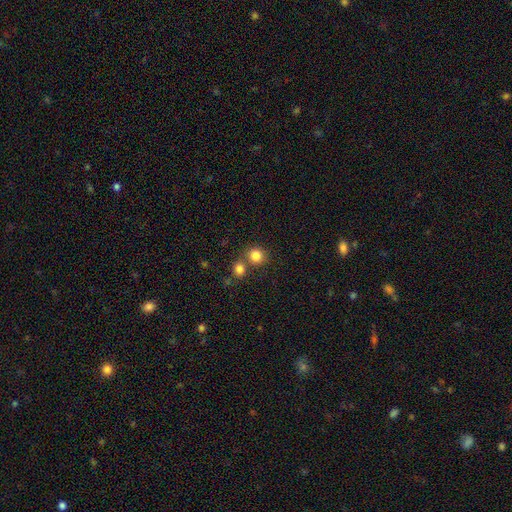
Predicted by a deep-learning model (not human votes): smooth-or-featured: smooth: 83% | star or artifact: 11% | featured or disk: 6%
  how-rounded: round: 85% | in between: 14% | cigar-shaped: 1%
  merging: none: 62% | merger: 28% | minor disturbance: 8% | major disturbance: 3%